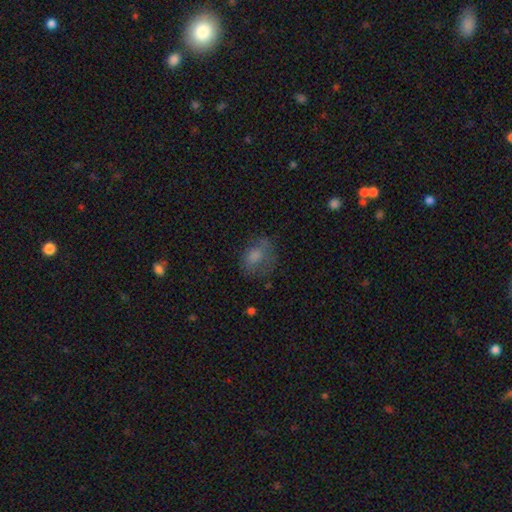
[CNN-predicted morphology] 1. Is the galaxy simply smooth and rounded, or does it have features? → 69% smooth, 19% featured or disk, 12% star or artifact.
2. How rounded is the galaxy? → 61% in between, 37% round, 1% cigar-shaped.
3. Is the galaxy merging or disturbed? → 51% none, 25% minor disturbance, 21% major disturbance, 3% merger.